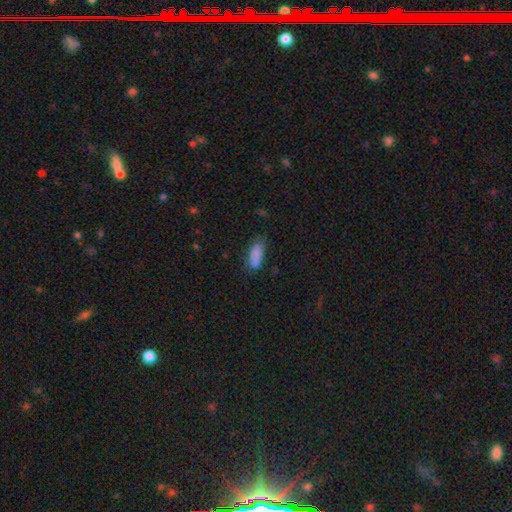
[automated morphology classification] type=smooth (83%); roundness=in between (74%); merging=none (59%).